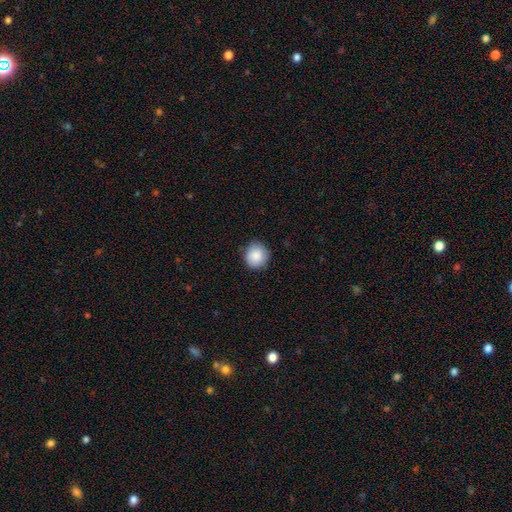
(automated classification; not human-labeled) A smooth galaxy with no disk features (87%) that is round (90%).

Vote fractions:
- Smooth or featured? smooth: 87% / star or artifact: 8% / featured or disk: 5%
- How rounded? round: 90% / in between: 9% / cigar-shaped: 1%
- Merging? none: 86% / minor disturbance: 11% / major disturbance: 2% / merger: 1%